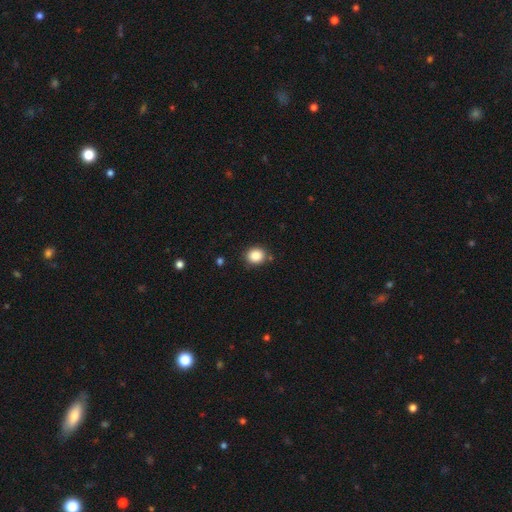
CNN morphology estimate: Overall: smooth (86%). How rounded: round (78%). Merging: none (84%).